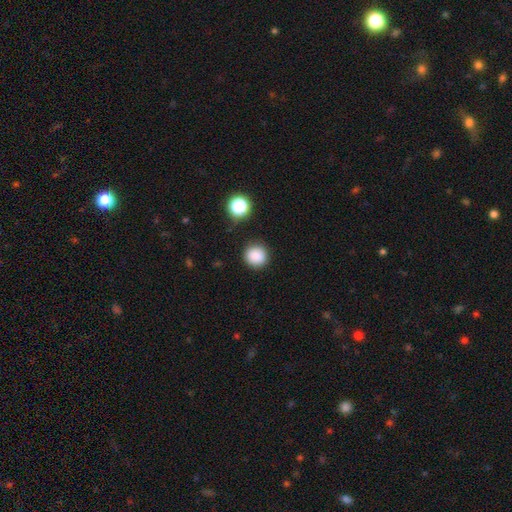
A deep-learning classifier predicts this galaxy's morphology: smooth_or_featured: smooth (p=0.86) [alt: star or artifact p=0.11]
how_rounded: round (p=0.94) [alt: in between p=0.05]
merging: none (p=0.88) [alt: minor disturbance p=0.07]